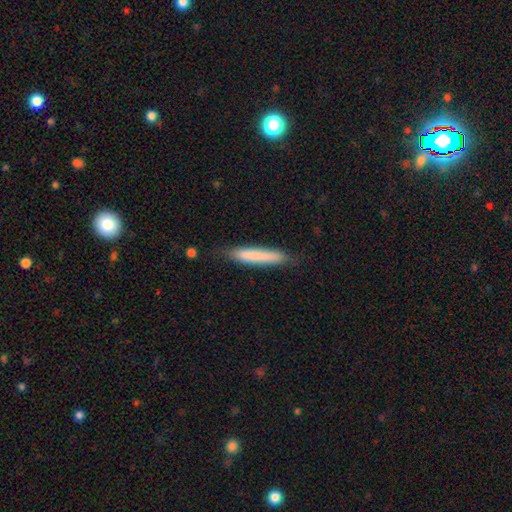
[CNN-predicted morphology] This appears to be a smooth galaxy with no disk features (79%) that is cigar-shaped (92%). Merging: none (81%).